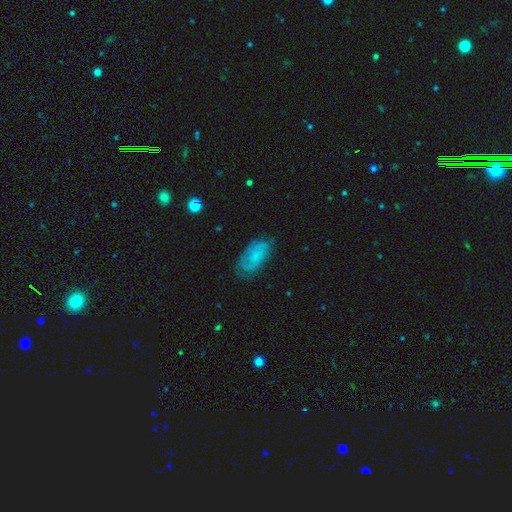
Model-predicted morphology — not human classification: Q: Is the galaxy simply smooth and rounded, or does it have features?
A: smooth — 68%.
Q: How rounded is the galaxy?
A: in between — 92%.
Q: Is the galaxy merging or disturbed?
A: none — 68%.